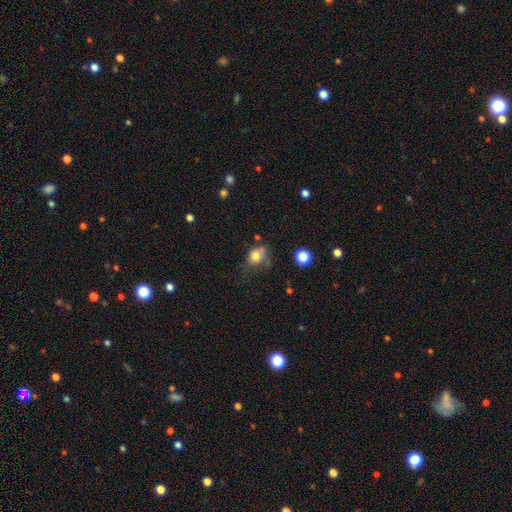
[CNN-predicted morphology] Smooth or featured? smooth (77%)
How rounded? round (50%)
Merging? none (40%)